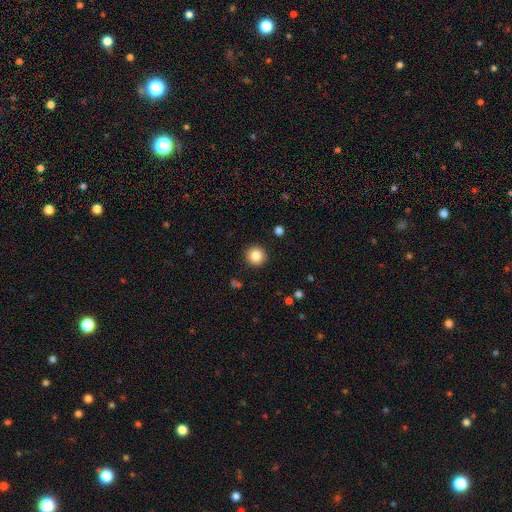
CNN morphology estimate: smooth_or_featured: smooth (p=0.84) [alt: star or artifact p=0.10]
how_rounded: round (p=0.95) [alt: in between p=0.04]
merging: none (p=0.92) [alt: minor disturbance p=0.05]